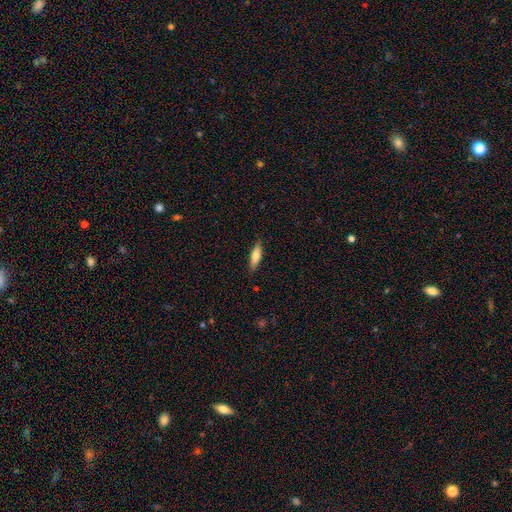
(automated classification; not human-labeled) Smooth or featured?
  - smooth: 70% *
  - featured or disk: 23%
  - star or artifact: 6%
How rounded?
  - cigar-shaped: 56% *
  - in between: 42%
  - round: 2%
Merging?
  - none: 86% *
  - minor disturbance: 11%
  - major disturbance: 2%
  - merger: 1%